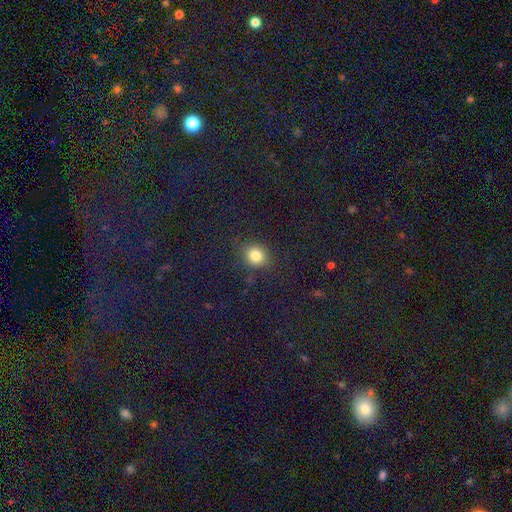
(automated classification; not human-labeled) Smooth or featured?
  - smooth: 80% *
  - star or artifact: 14%
  - featured or disk: 5%
How rounded?
  - round: 71% *
  - in between: 27%
  - cigar-shaped: 2%
Merging?
  - none: 84% *
  - minor disturbance: 10%
  - major disturbance: 4%
  - merger: 2%